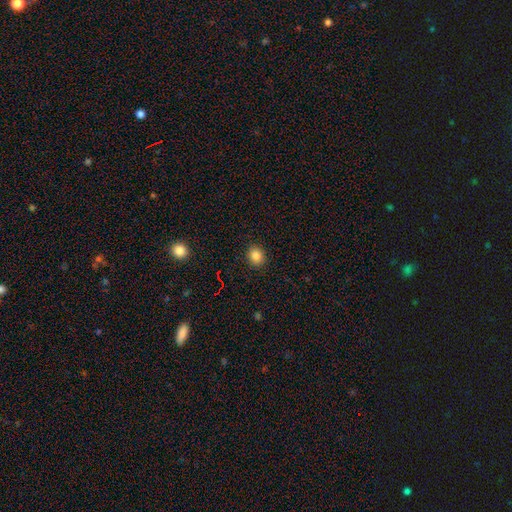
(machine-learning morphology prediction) Q: Smooth or featured?
A: smooth (84%); runner-up: star or artifact (11%)
Q: How rounded?
A: round (70%); runner-up: in between (29%)
Q: Merging?
A: none (90%); runner-up: minor disturbance (7%)